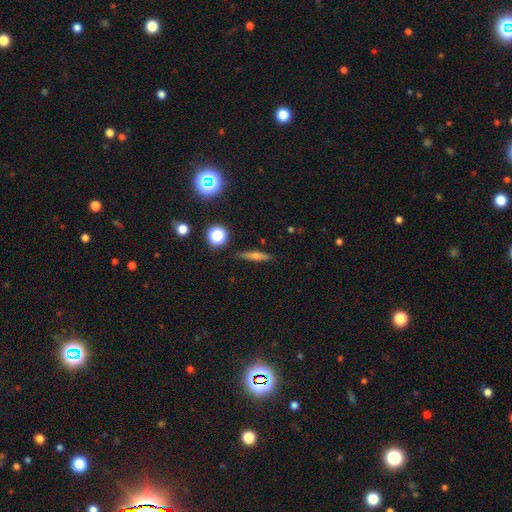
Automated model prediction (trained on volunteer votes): smooth-or-featured: smooth: 49% | featured or disk: 38% | star or artifact: 13%
  merging: none: 87% | minor disturbance: 9% | major disturbance: 2% | merger: 2%